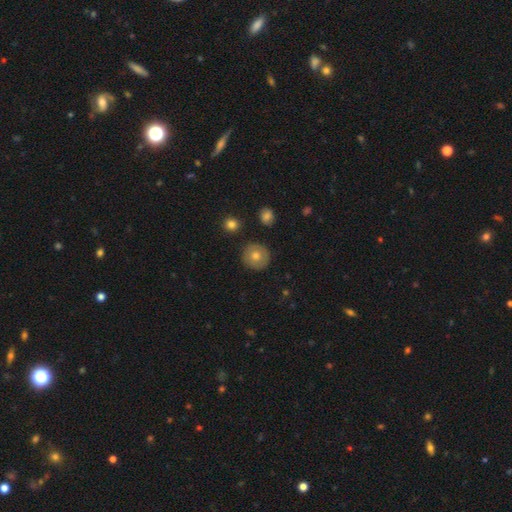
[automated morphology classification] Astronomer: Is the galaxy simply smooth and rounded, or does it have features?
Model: smooth — 72%.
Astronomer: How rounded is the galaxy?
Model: round — 94%.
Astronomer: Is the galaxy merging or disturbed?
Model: none — 90%.